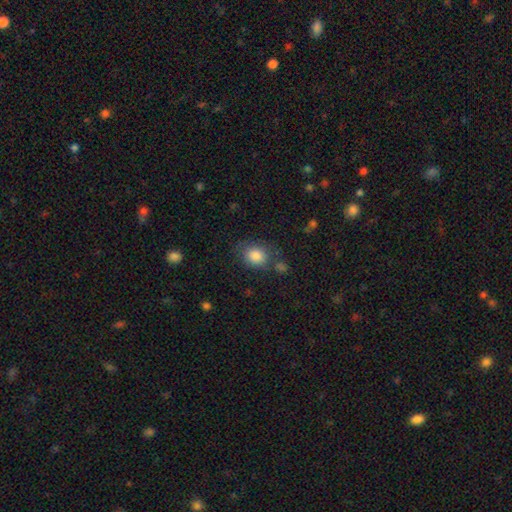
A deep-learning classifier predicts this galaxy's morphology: Smooth or featured: smooth — 85% (star or artifact — 8%)
How rounded: in between — 54% (round — 45%)
Merging: none — 65% (minor disturbance — 20%)